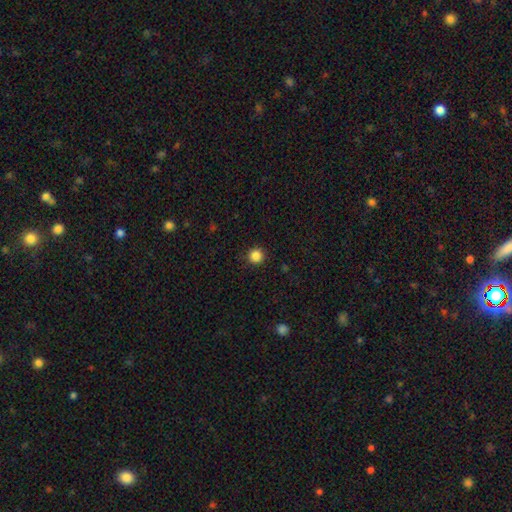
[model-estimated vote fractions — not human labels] This is clearly a smooth galaxy (86%). How rounded: clearly round (96%). Merging: clearly none (91%).